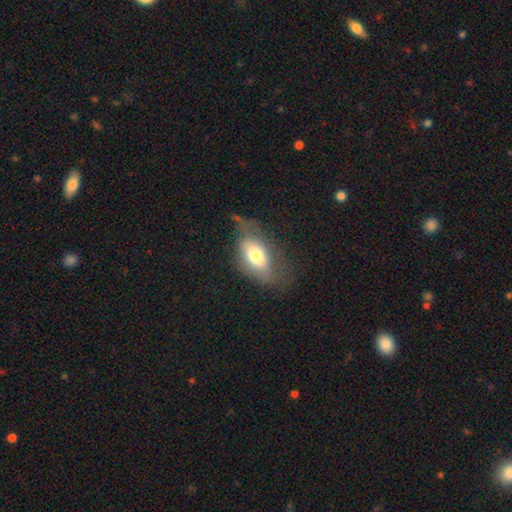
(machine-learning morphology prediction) Smooth or featured: smooth — 69% (featured or disk — 23%)
How rounded: in between — 89% (round — 7%)
Merging: none — 48% (minor disturbance — 30%)